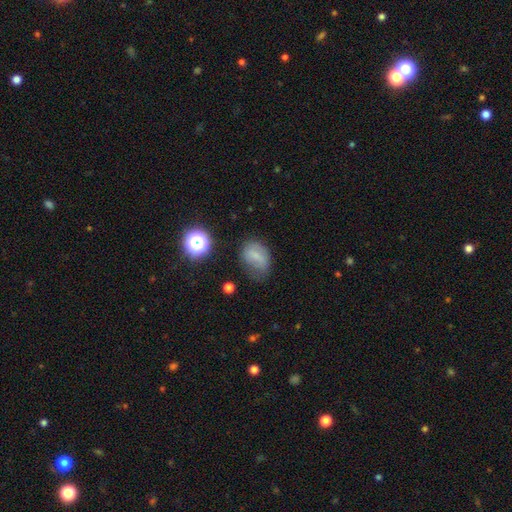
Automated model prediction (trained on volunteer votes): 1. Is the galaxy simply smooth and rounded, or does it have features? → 65% smooth, 21% featured or disk, 14% star or artifact.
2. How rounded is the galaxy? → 68% in between, 31% round, 2% cigar-shaped.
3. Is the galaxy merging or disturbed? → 46% none, 33% minor disturbance, 18% major disturbance, 3% merger.